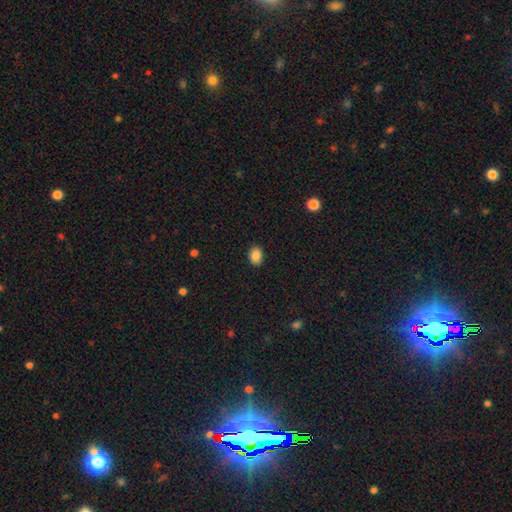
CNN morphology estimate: Smooth or featured? Predicted: smooth (p=0.87). How rounded? Predicted: in between (p=0.67). Merging? Predicted: none (p=0.89).